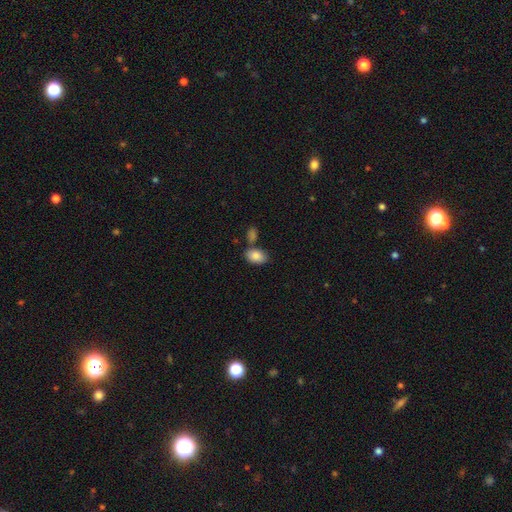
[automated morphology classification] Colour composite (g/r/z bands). It shows a smooth galaxy with no disk features (85%) that is in between round and cigar-shaped (90%). Merging: none (66%).